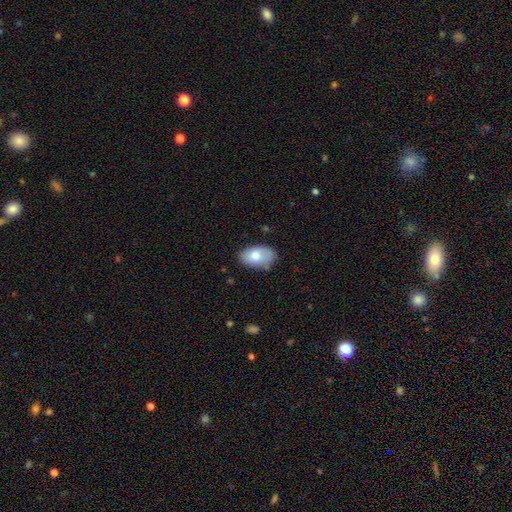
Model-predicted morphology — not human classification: Q: Smooth or featured?
A: smooth (80%); runner-up: featured or disk (14%)
Q: How rounded?
A: in between (93%); runner-up: round (5%)
Q: Merging?
A: none (72%); runner-up: minor disturbance (22%)